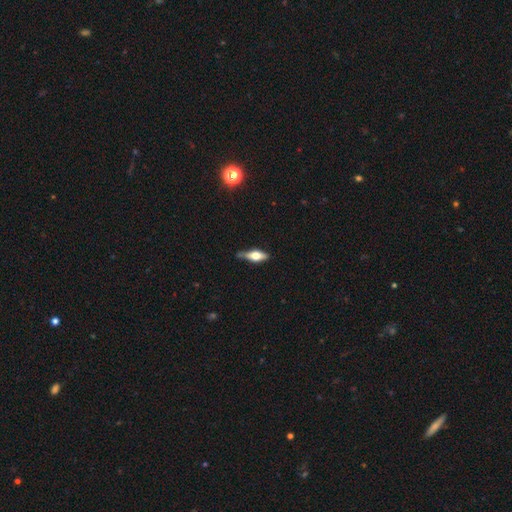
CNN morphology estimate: The model was most divided on "smooth or featured": featured or disk: 47%, smooth: 46%, star or artifact: 7%. More confident: merging — none (70%).